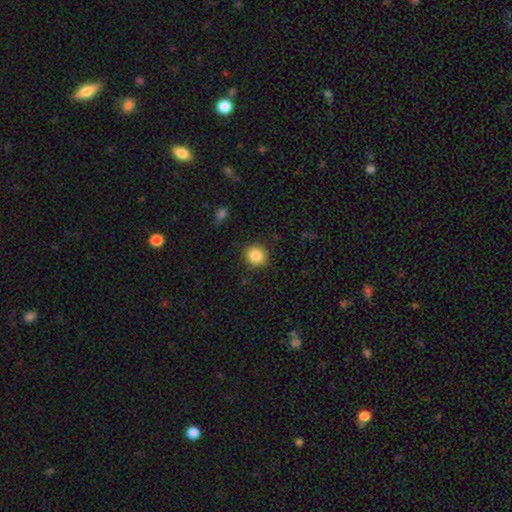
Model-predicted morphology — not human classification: smooth-or-featured: smooth: 86% | star or artifact: 9% | featured or disk: 4%
  how-rounded: round: 89% | in between: 10% | cigar-shaped: 1%
  merging: none: 89% | minor disturbance: 8% | major disturbance: 3% | merger: 1%